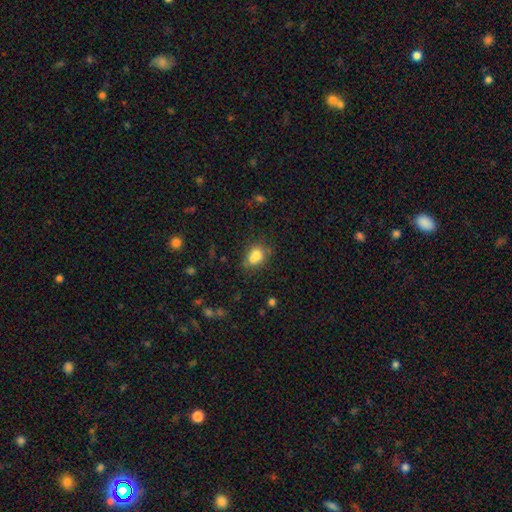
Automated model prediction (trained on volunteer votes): Overall: smooth (75%). How rounded: in between (59%; round 40%). Merging: none (48%; merger 26%).